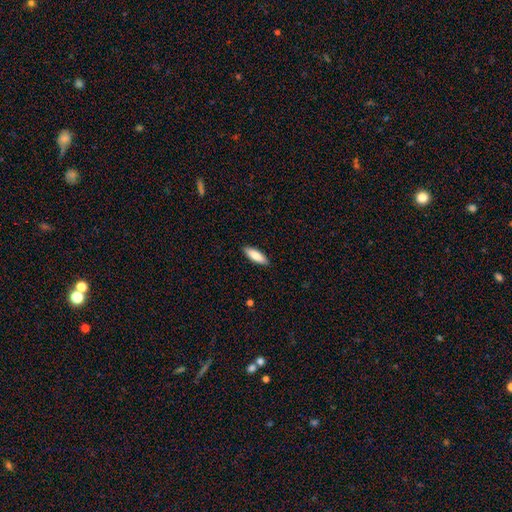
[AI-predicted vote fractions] Smooth or featured? Predicted: smooth (p=0.83). How rounded? Predicted: in between (p=0.54). Merging? Predicted: none (p=0.90).